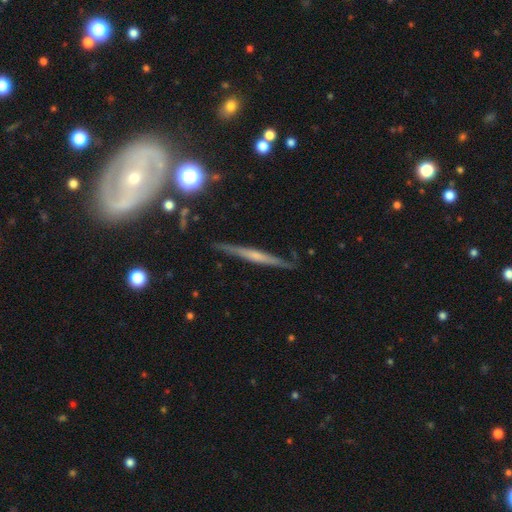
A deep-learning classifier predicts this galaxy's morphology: Smooth or featured? featured or disk (64%)
Edge-on disk? yes (95%)
Edge-on bulge? none (53%)
Merging? none (83%)